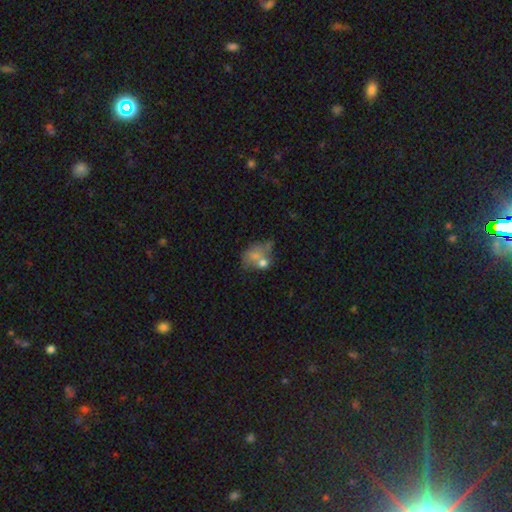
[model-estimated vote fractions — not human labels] A smooth galaxy with no disk features (50%) that is in between round and cigar-shaped (58%). Merging: merger (36%).